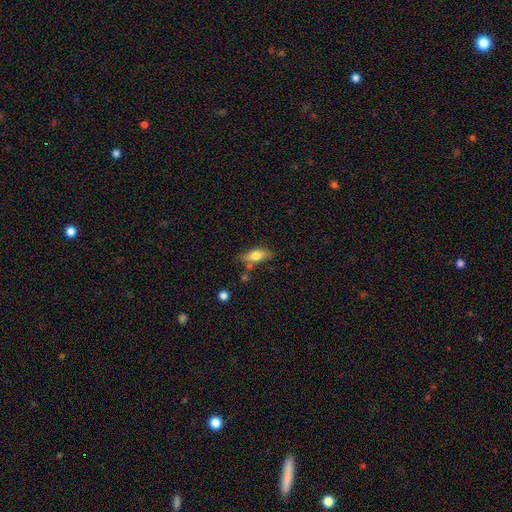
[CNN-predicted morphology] Smooth or featured?
  - smooth: 67% *
  - featured or disk: 26%
  - star or artifact: 8%
How rounded?
  - in between: 71% *
  - cigar-shaped: 24%
  - round: 4%
Merging?
  - none: 67% *
  - minor disturbance: 19%
  - merger: 8%
  - major disturbance: 5%